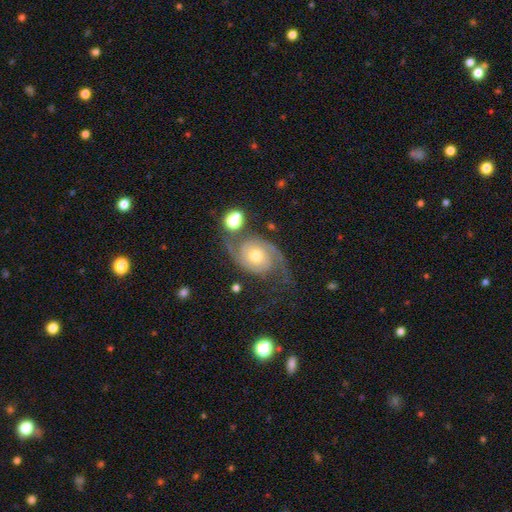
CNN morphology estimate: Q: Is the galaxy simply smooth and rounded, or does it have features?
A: featured or disk — 88%.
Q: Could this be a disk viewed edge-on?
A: no — 97%.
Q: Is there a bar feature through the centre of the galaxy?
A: no — 75%.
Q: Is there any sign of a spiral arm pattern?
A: yes — 97%.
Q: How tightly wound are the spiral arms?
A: medium — 49%.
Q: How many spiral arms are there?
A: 2 — 93%.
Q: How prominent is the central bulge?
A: moderate — 62%.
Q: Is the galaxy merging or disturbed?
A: none — 65%.